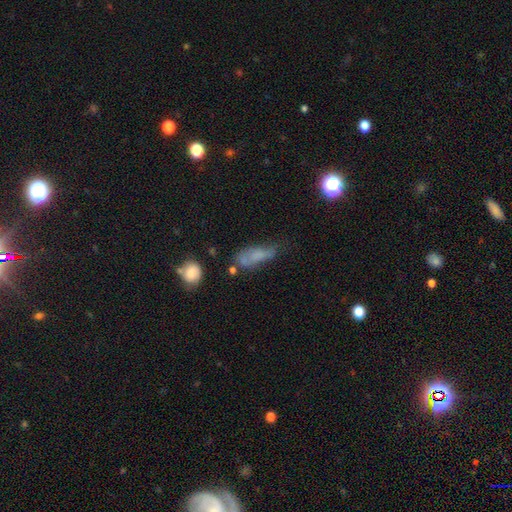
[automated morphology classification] smooth 60%, featured or disk 26%, star or artifact 14%. Down the decision tree: how rounded — in between (61%); merging — none (34%).